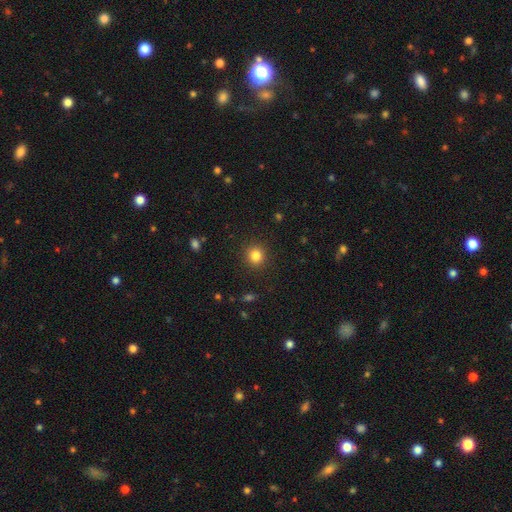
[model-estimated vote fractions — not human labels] Smooth or featured?
  - smooth: 83% *
  - star or artifact: 12%
  - featured or disk: 5%
How rounded?
  - round: 89% *
  - in between: 10%
  - cigar-shaped: 1%
Merging?
  - none: 90% *
  - minor disturbance: 6%
  - major disturbance: 2%
  - merger: 1%